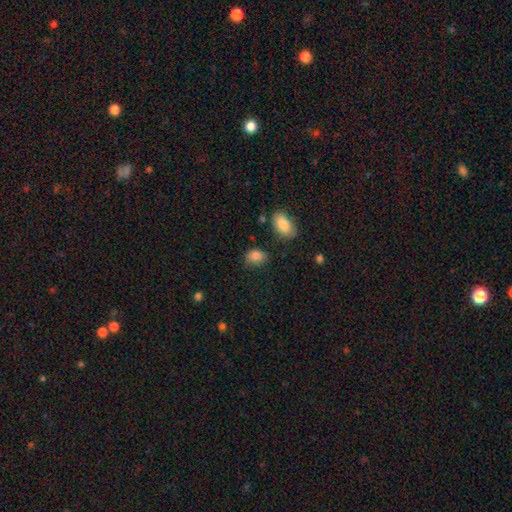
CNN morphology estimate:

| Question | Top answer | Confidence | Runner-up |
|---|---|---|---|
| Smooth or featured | smooth | 84% | star or artifact (10%) |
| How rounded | in between | 67% | round (32%) |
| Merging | none | 73% | minor disturbance (19%) |